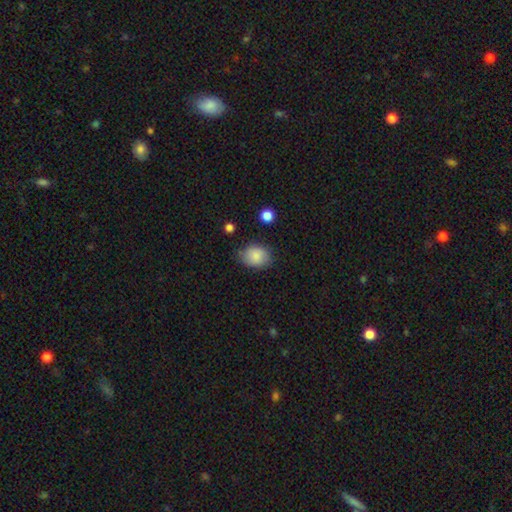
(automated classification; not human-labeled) This is clearly a smooth galaxy (86%). How rounded: possibly in between (56%). Merging: likely none (74%).